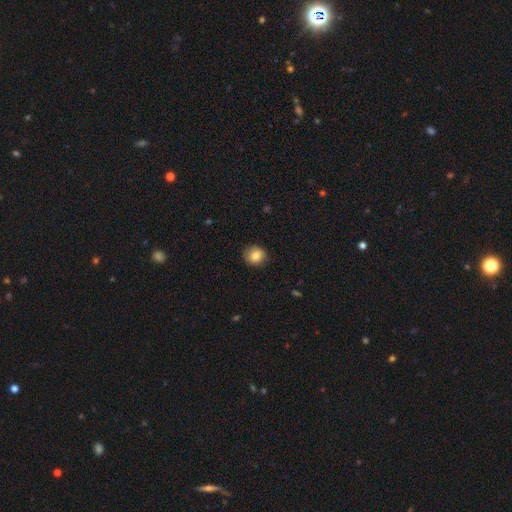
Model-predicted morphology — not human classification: This is clearly a smooth galaxy (82%). How rounded: clearly round (87%). Merging: clearly none (87%).